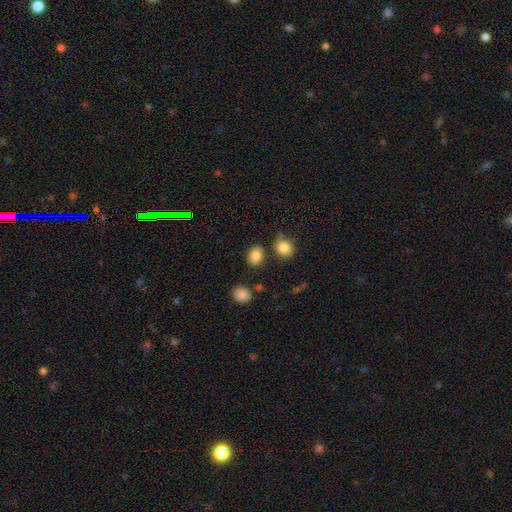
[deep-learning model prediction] This is clearly a smooth galaxy (83%). How rounded: possibly in between (51%). Merging: clearly none (80%).